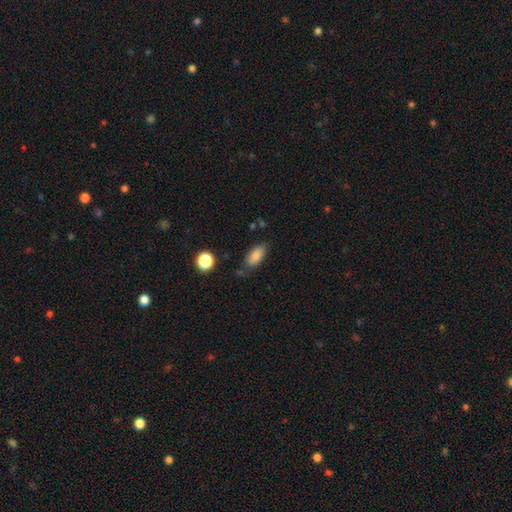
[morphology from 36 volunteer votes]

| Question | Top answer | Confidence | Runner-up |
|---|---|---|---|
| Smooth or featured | smooth | 86% | featured or disk (8%) |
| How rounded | in between | 90% | cigar-shaped (10%) |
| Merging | none | 56% | minor disturbance (24%) |